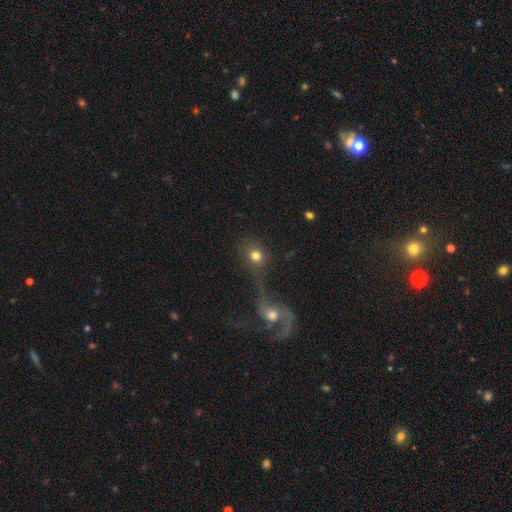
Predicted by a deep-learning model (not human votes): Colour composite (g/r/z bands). It shows a smooth galaxy with no disk features (75%) that is round (79%). Merging: merger (43%).